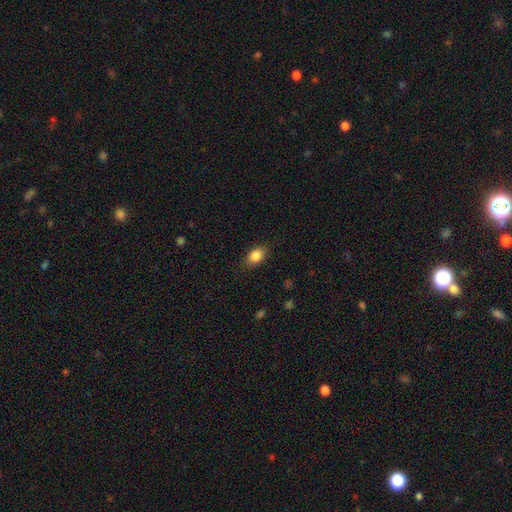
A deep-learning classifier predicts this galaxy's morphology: Smooth or featured? smooth (85%)
How rounded? in between (78%)
Merging? none (84%)